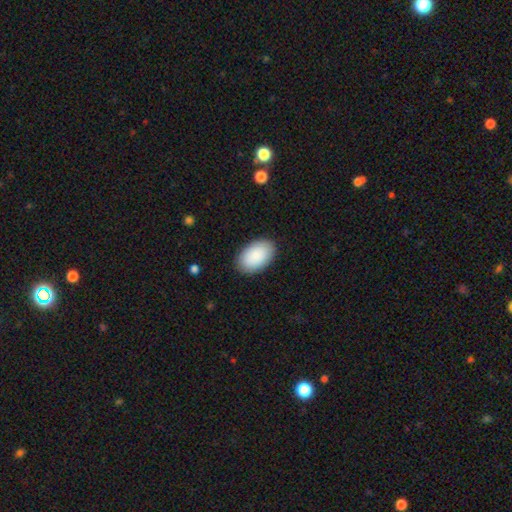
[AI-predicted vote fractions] This is clearly a smooth galaxy (89%). How rounded: clearly in between (93%). Merging: clearly none (88%).